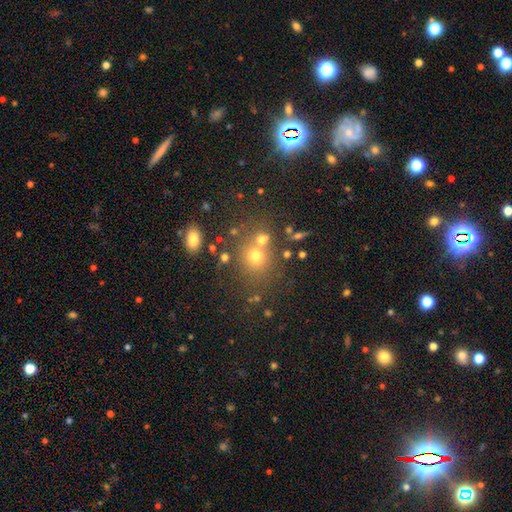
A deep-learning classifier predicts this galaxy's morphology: smooth 66%, star or artifact 20%, featured or disk 14%. Down the decision tree: how rounded — round (76%); merging — none (56%).